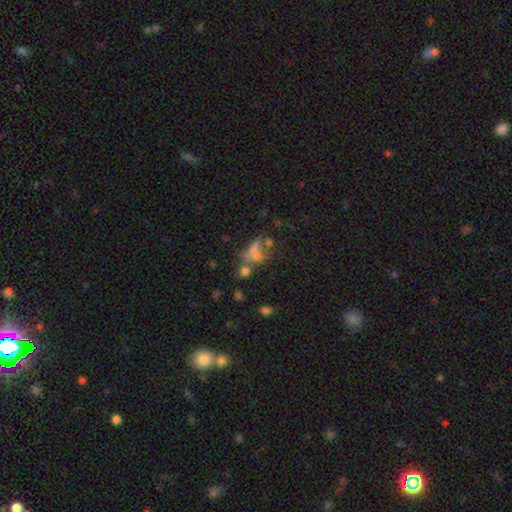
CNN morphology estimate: This is possibly a smooth galaxy (47%). Merging: marginally none (35%).